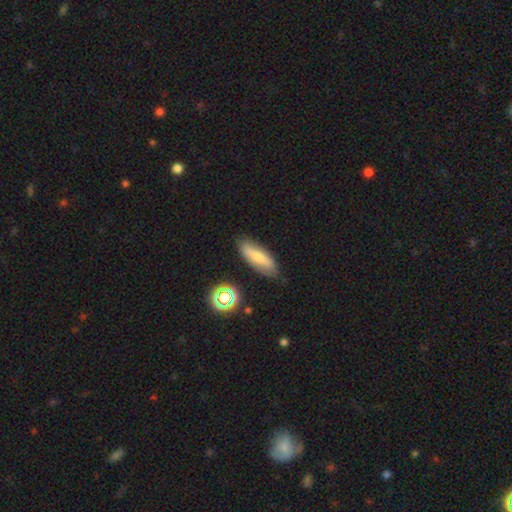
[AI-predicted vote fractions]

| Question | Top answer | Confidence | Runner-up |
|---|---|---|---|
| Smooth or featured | smooth | 63% | featured or disk (28%) |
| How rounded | cigar-shaped | 50% | in between (47%) |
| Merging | none | 80% | minor disturbance (15%) |